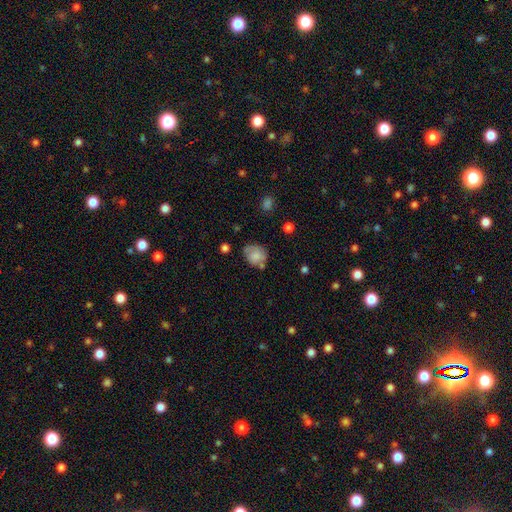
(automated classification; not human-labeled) Smooth or featured: smooth — 78% (featured or disk — 13%)
How rounded: round — 54% (in between — 45%)
Merging: none — 56% (minor disturbance — 26%)